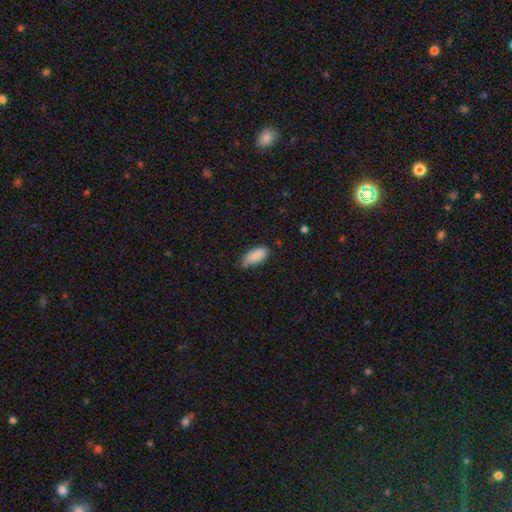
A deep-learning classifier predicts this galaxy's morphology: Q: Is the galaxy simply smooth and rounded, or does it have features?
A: smooth — 87%.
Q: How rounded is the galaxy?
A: in between — 87%.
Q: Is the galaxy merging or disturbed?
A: none — 65%.